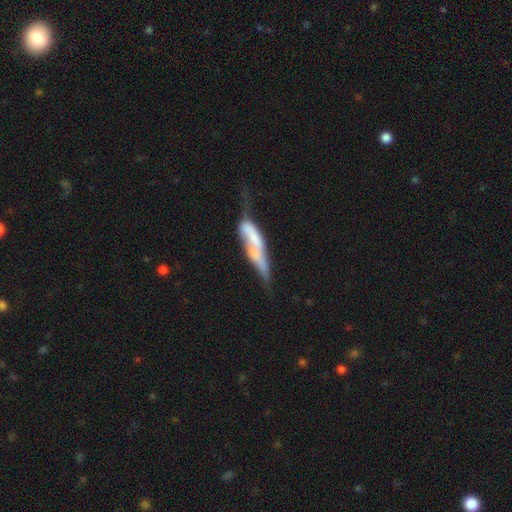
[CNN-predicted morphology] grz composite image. It shows a smooth galaxy with no disk features (48%). Merging: merger (37%).